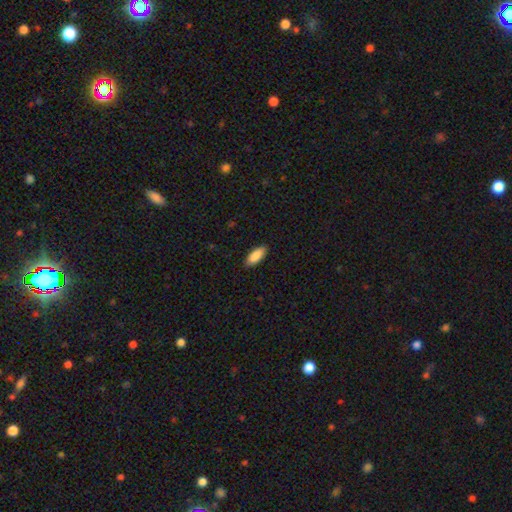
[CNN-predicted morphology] type=smooth (89%); roundness=in between (80%); merging=none (89%).